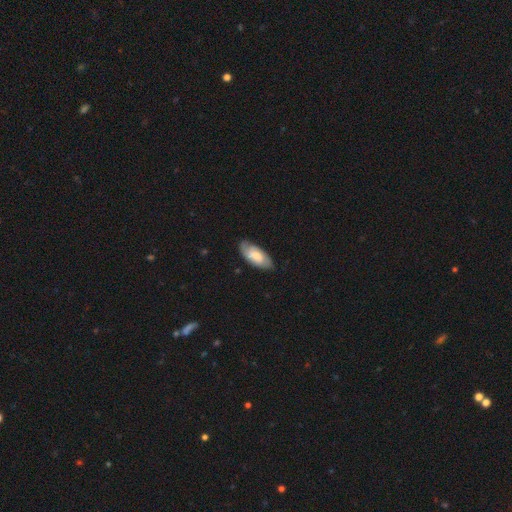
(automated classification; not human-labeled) This appears to be a smooth galaxy with no disk features (53%) that is in between round and cigar-shaped (89%). Merging: none (76%).